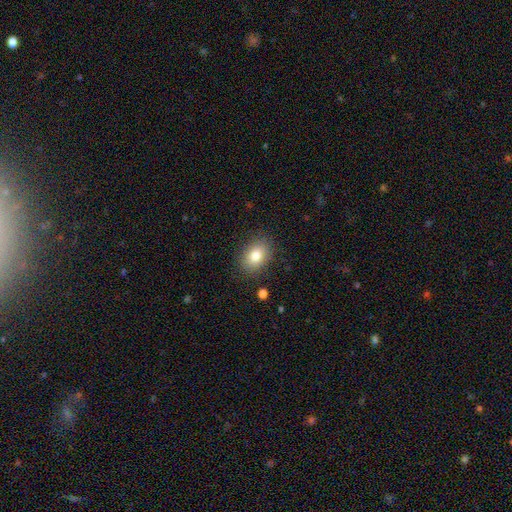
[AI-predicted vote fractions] smooth_or_featured: smooth (p=0.81) [alt: featured or disk p=0.10]
how_rounded: in between (p=0.71) [alt: round p=0.28]
merging: none (p=0.85) [alt: minor disturbance p=0.10]